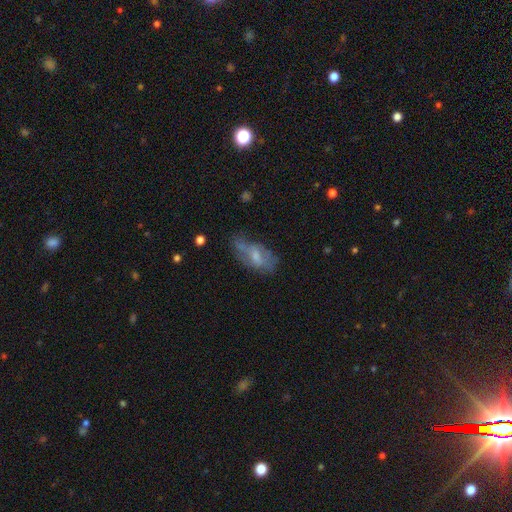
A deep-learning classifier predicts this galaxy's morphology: Overall: featured or disk (47%; smooth 44%). Merging: none (40%; minor disturbance 33%).